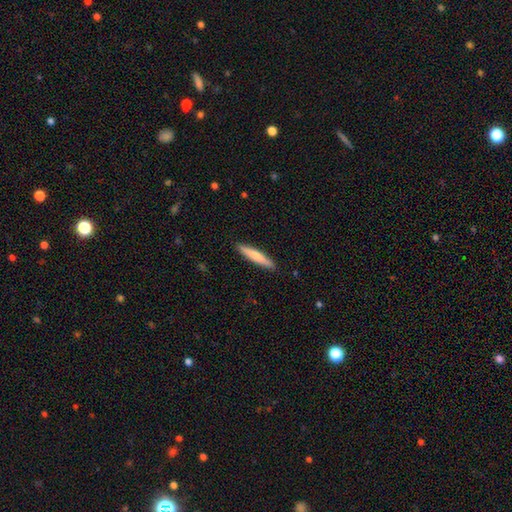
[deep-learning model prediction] This appears to be a smooth galaxy with no disk features (74%) that is cigar-shaped (92%). Merging: none (91%).